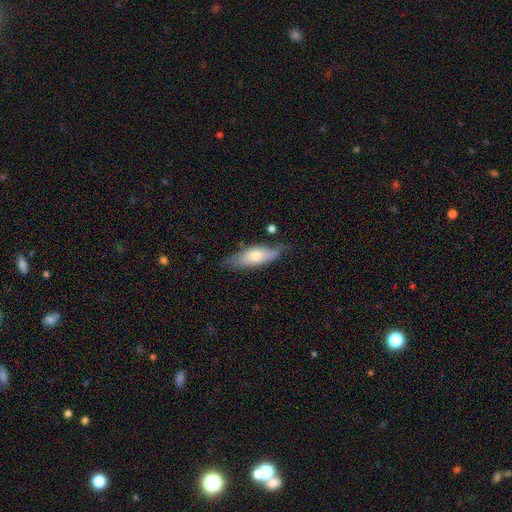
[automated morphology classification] Smooth or featured? Predicted: smooth (p=0.62). How rounded? Predicted: in between (p=0.68). Merging? Predicted: none (p=0.64).